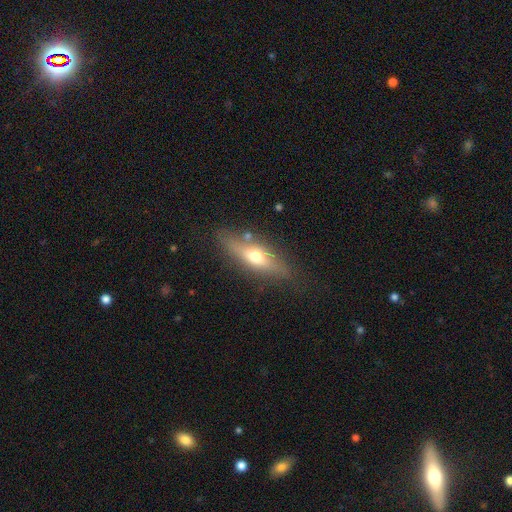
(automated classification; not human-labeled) Smooth or featured: featured or disk — 51% (smooth — 41%)
Edge-on disk: yes — 84% (no — 16%)
Merging: none — 80% (minor disturbance — 14%)